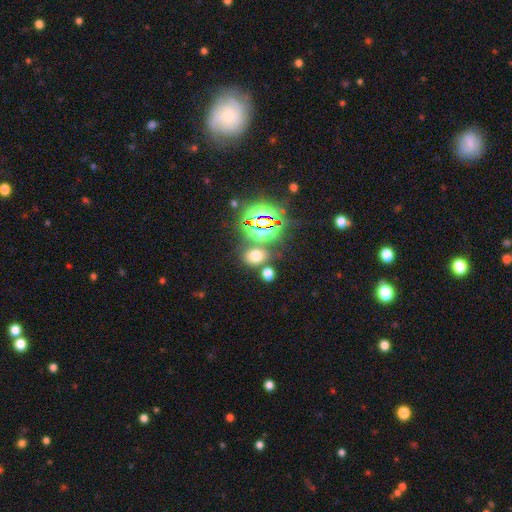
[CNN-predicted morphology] type=smooth (57%); roundness=in between (58%); merging=none (72%).